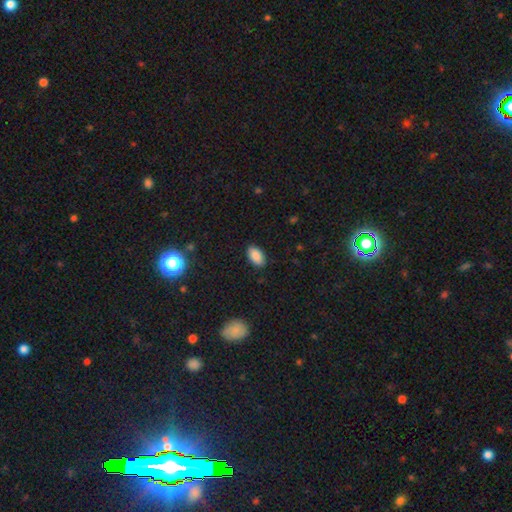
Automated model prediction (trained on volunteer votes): The model was most divided on "merging": none: 87%, minor disturbance: 10%, major disturbance: 2%, merger: 1%. More confident: how rounded — in between (94%); smooth or featured — smooth (88%).